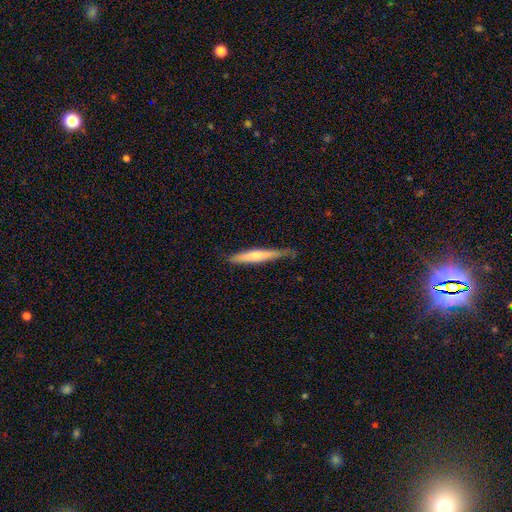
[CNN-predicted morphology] Q: Smooth or featured?
A: smooth (61%); runner-up: featured or disk (34%)
Q: How rounded?
A: cigar-shaped (94%); runner-up: in between (5%)
Q: Merging?
A: none (73%); runner-up: minor disturbance (22%)